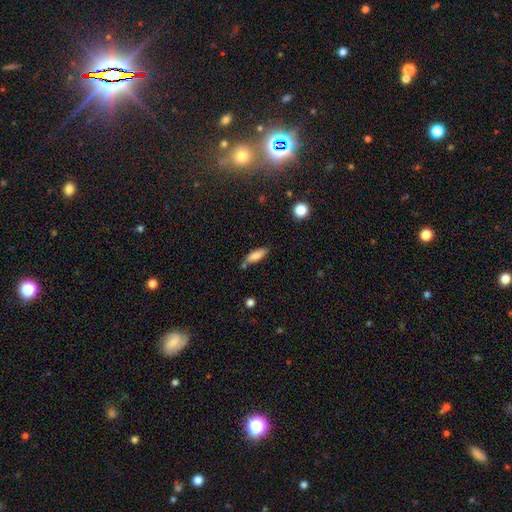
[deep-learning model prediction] smooth 79%, featured or disk 13%, star or artifact 8%. Down the decision tree: how rounded — in between (53%); merging — none (68%).